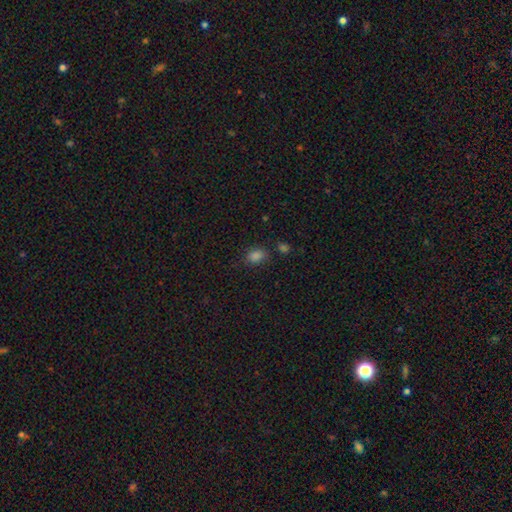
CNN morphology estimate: smooth 79%, star or artifact 17%, featured or disk 5%. Down the decision tree: how rounded — in between (76%); merging — none (76%).